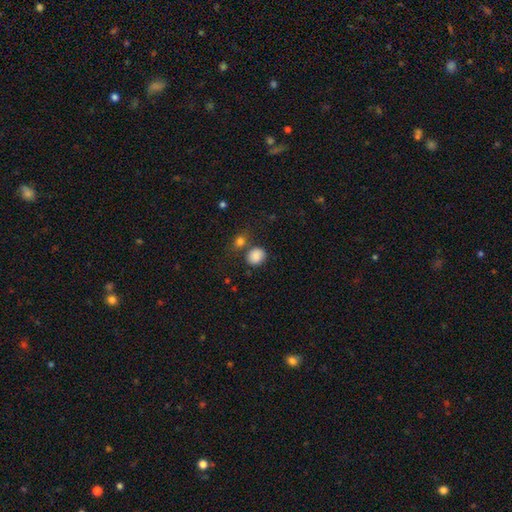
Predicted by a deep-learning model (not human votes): Smooth or featured: smooth — 86% (star or artifact — 9%)
How rounded: round — 67% (in between — 32%)
Merging: none — 63% (merger — 17%)